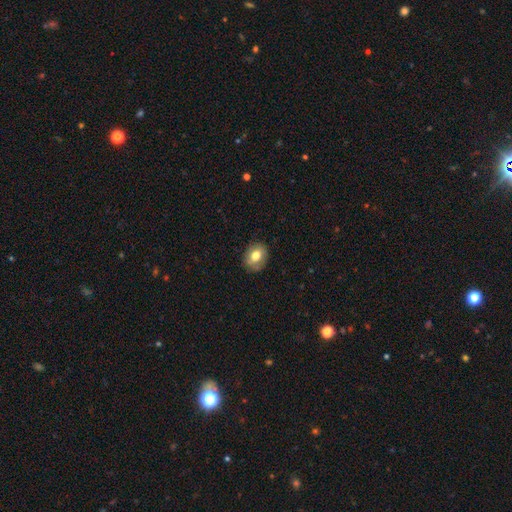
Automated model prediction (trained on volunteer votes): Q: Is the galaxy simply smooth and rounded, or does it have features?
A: smooth — 73%.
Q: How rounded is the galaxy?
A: in between — 57%.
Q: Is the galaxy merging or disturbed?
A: none — 83%.